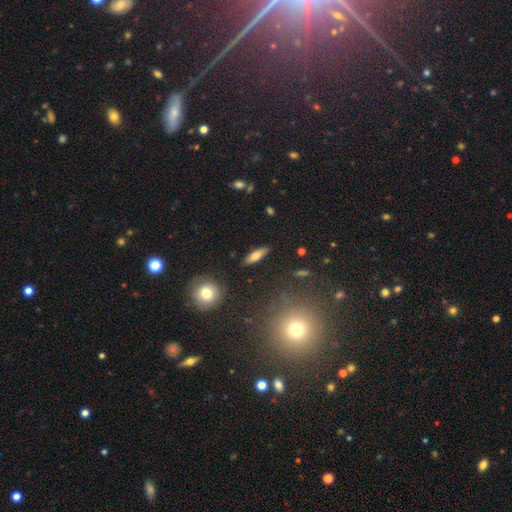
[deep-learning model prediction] This is likely a smooth galaxy (72%). How rounded: possibly cigar-shaped (49%). Merging: clearly none (87%).